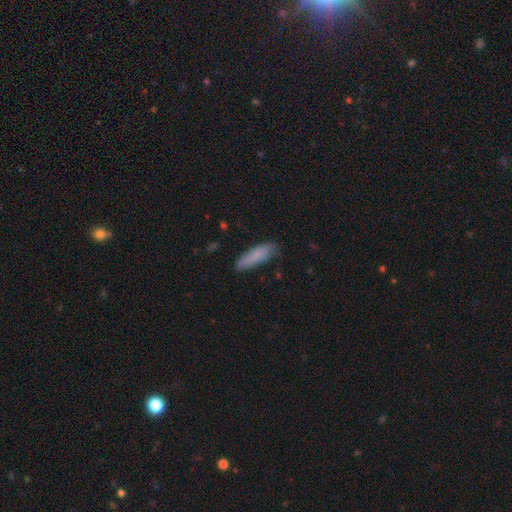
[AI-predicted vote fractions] This is clearly a smooth galaxy (82%). How rounded: likely cigar-shaped (63%). Merging: likely none (76%).